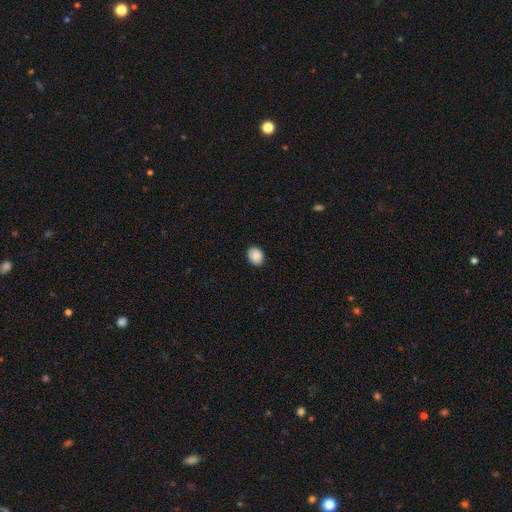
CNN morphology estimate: Smooth or featured? smooth (89%)
How rounded? in between (52%)
Merging? none (87%)